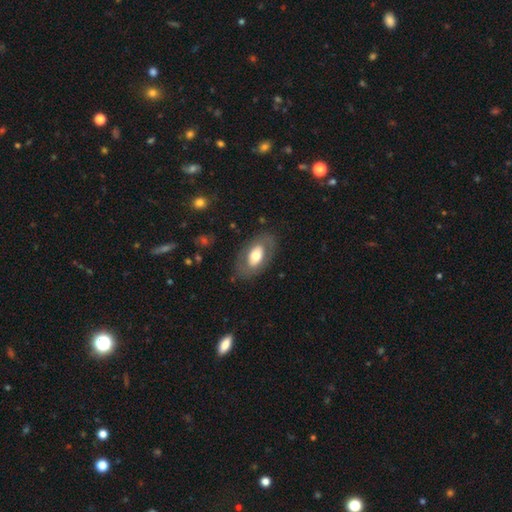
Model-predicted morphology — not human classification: smooth 53%, featured or disk 42%, star or artifact 6%. Down the decision tree: how rounded — in between (91%); merging — none (79%).